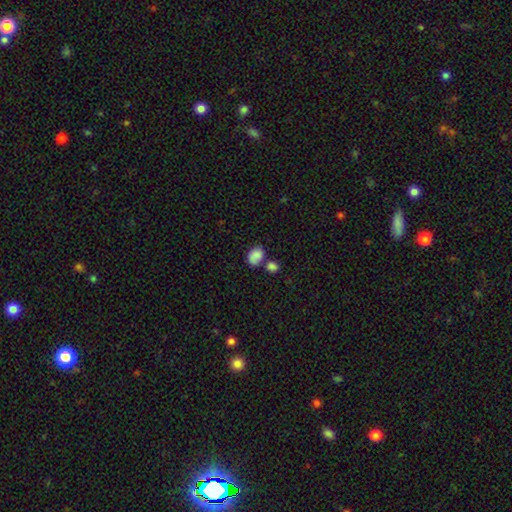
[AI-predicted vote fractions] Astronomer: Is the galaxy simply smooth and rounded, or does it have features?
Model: smooth — 81%.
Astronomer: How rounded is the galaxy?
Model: in between — 70%.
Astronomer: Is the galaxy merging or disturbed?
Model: merger — 38%, tied with none at 38%.